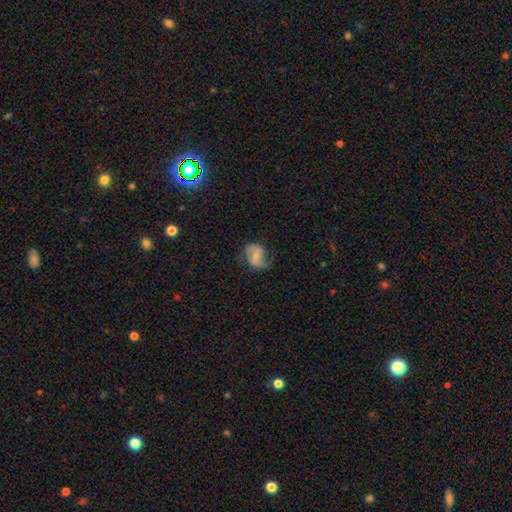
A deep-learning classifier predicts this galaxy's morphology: Smooth or featured? Predicted: featured or disk (p=0.64). Edge-on disk? Predicted: no (p=0.97). Bar? Predicted: weak (p=0.46). Spiral arms? Predicted: yes (p=0.88). Spiral winding? Predicted: medium (p=0.42, tied with loose). Spiral arm count? Predicted: 2 (p=0.84). Bulge size? Predicted: small (p=0.52). Merging? Predicted: none (p=0.63).